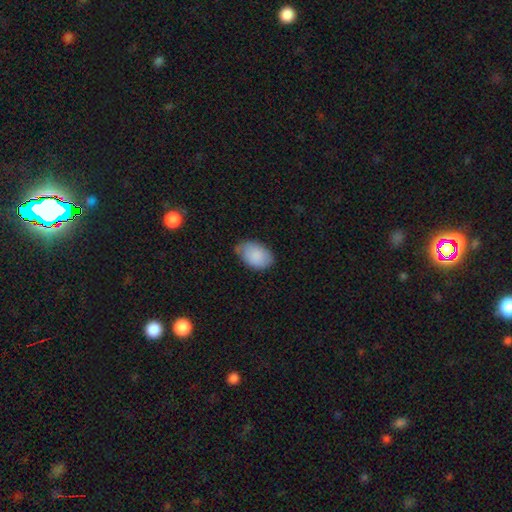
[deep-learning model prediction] smooth-or-featured: smooth: 87% | featured or disk: 7% | star or artifact: 6%
  how-rounded: in between: 89% | round: 10% | cigar-shaped: 1%
  merging: none: 59% | minor disturbance: 33% | major disturbance: 6% | merger: 2%